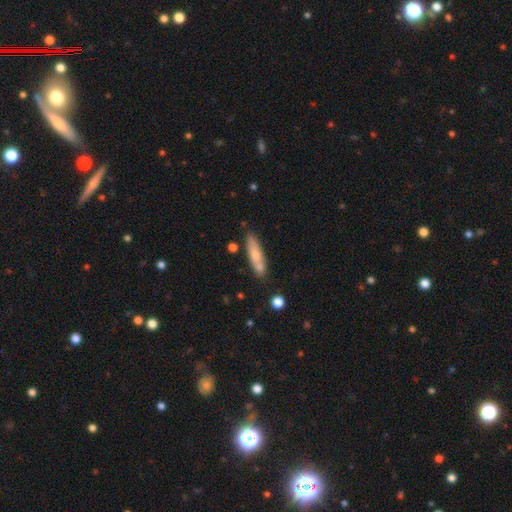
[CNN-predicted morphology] Smooth or featured: smooth — 63% (featured or disk — 31%)
How rounded: cigar-shaped — 75% (in between — 23%)
Merging: none — 73% (minor disturbance — 15%)